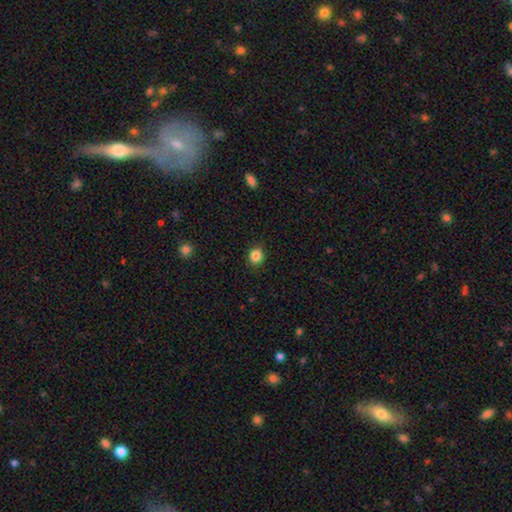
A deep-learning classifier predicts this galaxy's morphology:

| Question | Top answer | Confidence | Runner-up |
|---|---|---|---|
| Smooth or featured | smooth | 85% | star or artifact (11%) |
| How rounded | round | 74% | in between (25%) |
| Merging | none | 89% | minor disturbance (7%) |